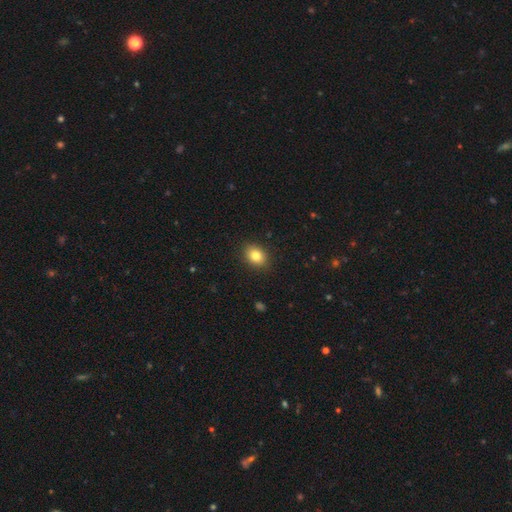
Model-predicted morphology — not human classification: Overall: smooth (82%). How rounded: in between (63%; round 36%). Merging: none (89%).